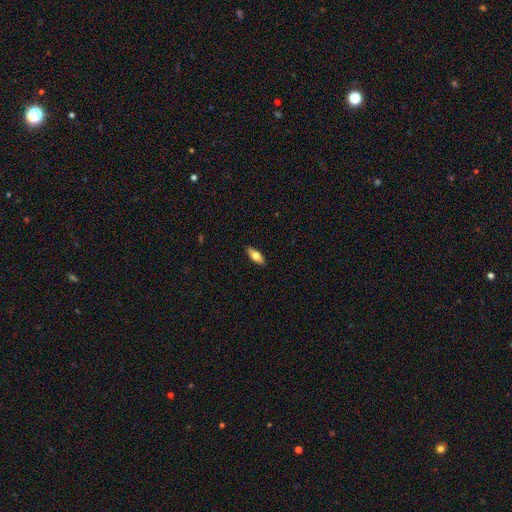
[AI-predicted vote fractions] Morphology: type=smooth (69%); roundness=in between (75%); merging=none (89%).